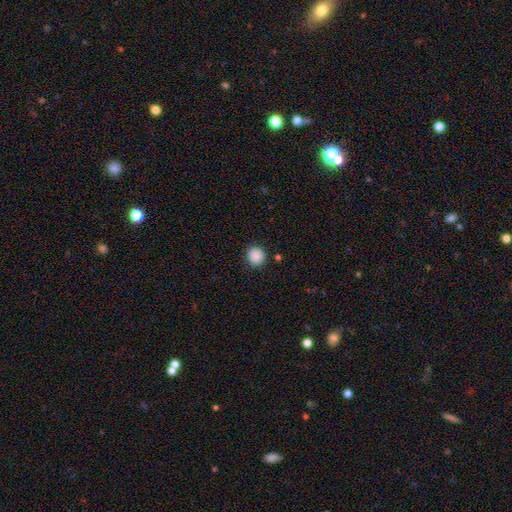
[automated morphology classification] Smooth or featured: smooth — 88% (star or artifact — 9%)
How rounded: round — 91% (in between — 9%)
Merging: none — 88% (minor disturbance — 8%)